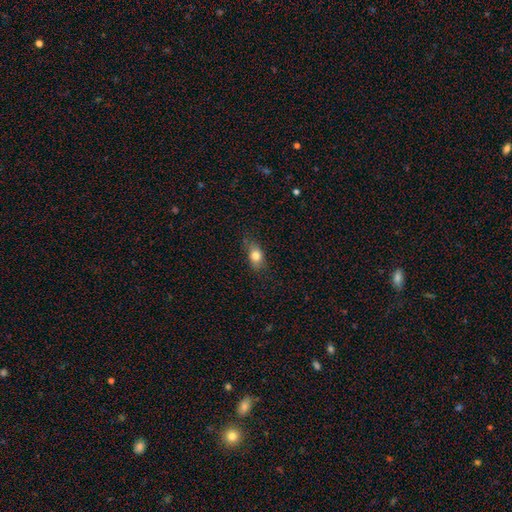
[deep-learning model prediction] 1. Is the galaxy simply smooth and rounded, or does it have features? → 79% smooth, 11% featured or disk, 10% star or artifact.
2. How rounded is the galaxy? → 72% in between, 23% round, 5% cigar-shaped.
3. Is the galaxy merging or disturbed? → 71% none, 22% minor disturbance, 5% major disturbance, 1% merger.